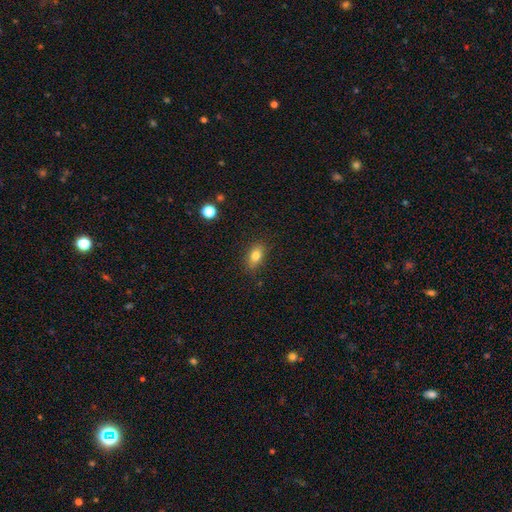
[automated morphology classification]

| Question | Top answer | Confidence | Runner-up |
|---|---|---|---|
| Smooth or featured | smooth | 79% | featured or disk (11%) |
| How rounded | in between | 82% | round (12%) |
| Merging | none | 84% | minor disturbance (12%) |